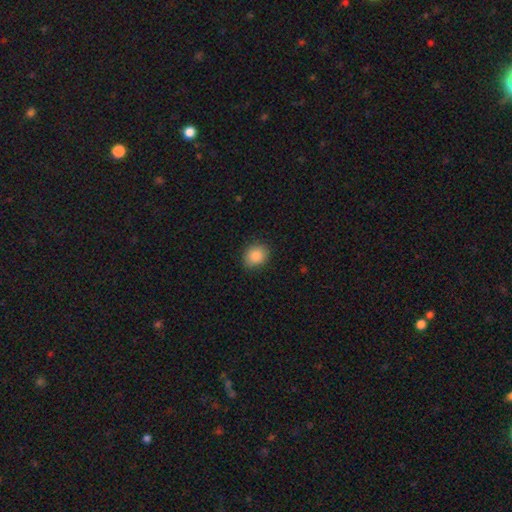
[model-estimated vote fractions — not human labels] Smooth or featured? smooth (88%)
How rounded? round (64%)
Merging? none (86%)